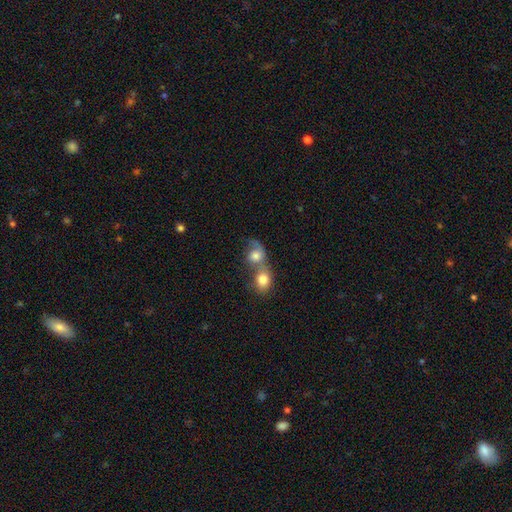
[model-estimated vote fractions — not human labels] Overall: smooth (71%). How rounded: round (64%; in between 34%). Merging: merger (69%).